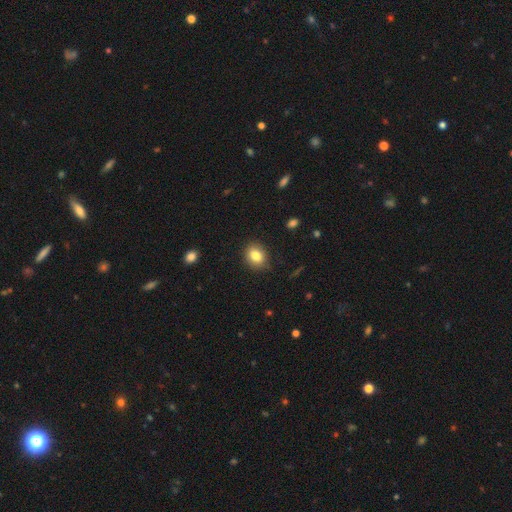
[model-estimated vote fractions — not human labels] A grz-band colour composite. It shows a smooth galaxy with no disk features (83%) that is in between round and cigar-shaped (52%). Merging: none (86%).